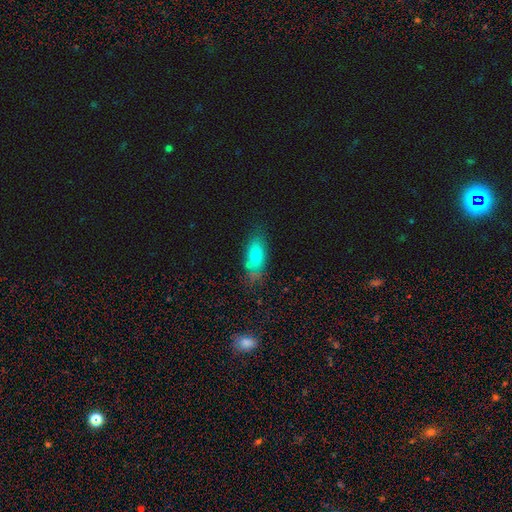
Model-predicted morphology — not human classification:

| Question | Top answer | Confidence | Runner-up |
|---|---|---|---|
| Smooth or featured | smooth | 72% | featured or disk (17%) |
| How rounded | in between | 81% | cigar-shaped (13%) |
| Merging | none | 64% | minor disturbance (19%) |